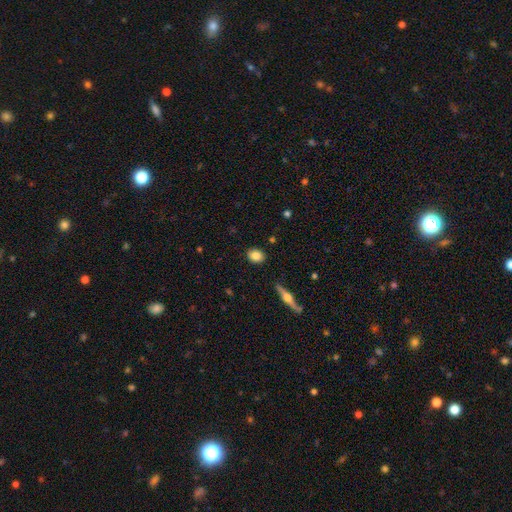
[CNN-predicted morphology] Smooth or featured?
  - smooth: 81% *
  - featured or disk: 11%
  - star or artifact: 7%
How rounded?
  - round: 49% *
  - in between: 48%
  - cigar-shaped: 3%
Merging?
  - none: 89% *
  - minor disturbance: 7%
  - major disturbance: 2%
  - merger: 2%